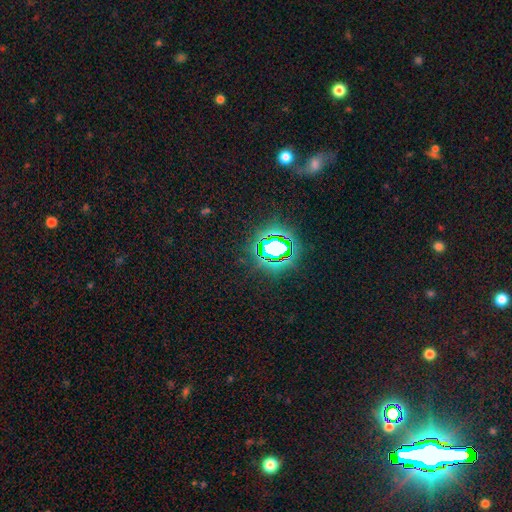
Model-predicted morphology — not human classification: smooth_or_featured: star or artifact (p=0.81) [alt: smooth p=0.13]